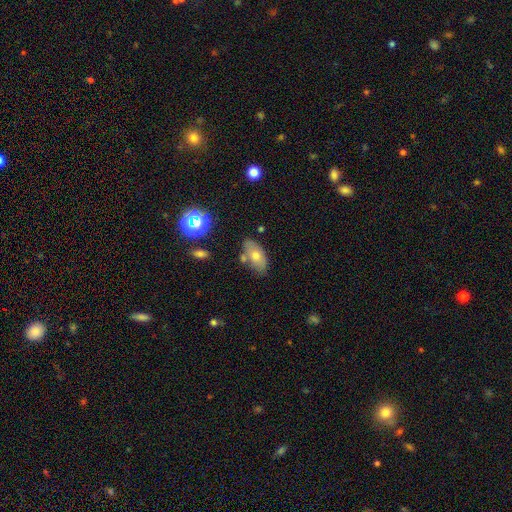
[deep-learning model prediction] Smooth or featured?
  - smooth: 65% *
  - featured or disk: 25%
  - star or artifact: 10%
How rounded?
  - in between: 89% *
  - round: 6%
  - cigar-shaped: 5%
Merging?
  - none: 70% *
  - minor disturbance: 17%
  - merger: 9%
  - major disturbance: 4%